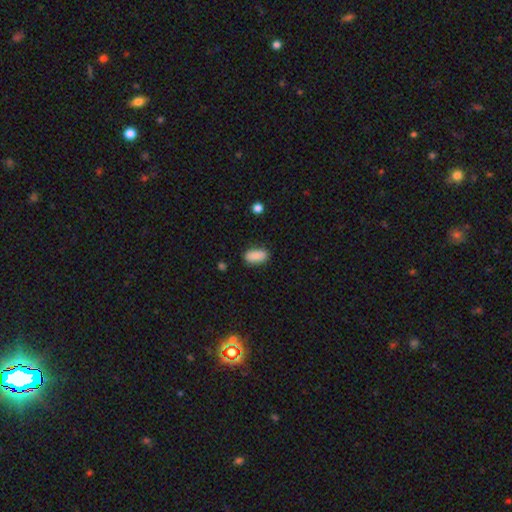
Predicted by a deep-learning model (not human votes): smooth_or_featured: smooth (p=0.85) [alt: featured or disk p=0.08]
how_rounded: in between (p=0.91) [alt: cigar-shaped p=0.05]
merging: none (p=0.83) [alt: minor disturbance p=0.13]